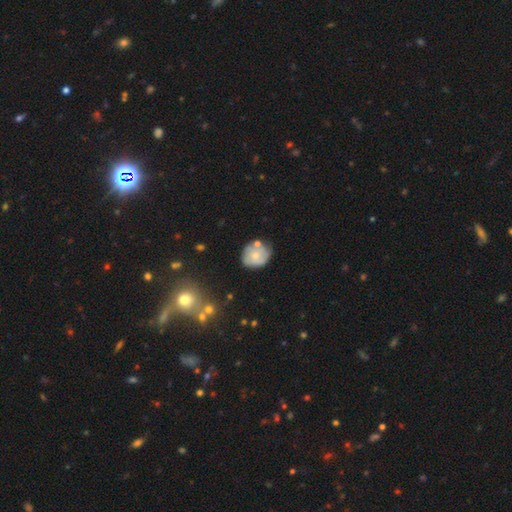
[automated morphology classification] A smooth galaxy with no disk features (59%) that is round (71%). Merging: none (57%).